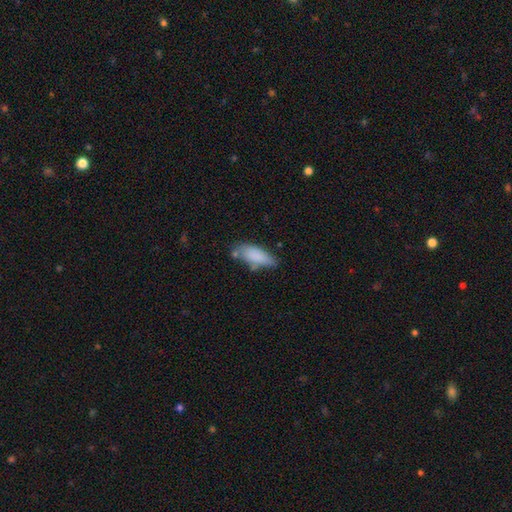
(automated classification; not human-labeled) smooth-or-featured: smooth: 84% | featured or disk: 9% | star or artifact: 7%
  how-rounded: in between: 76% | cigar-shaped: 22% | round: 2%
  merging: none: 59% | minor disturbance: 26% | merger: 8% | major disturbance: 7%